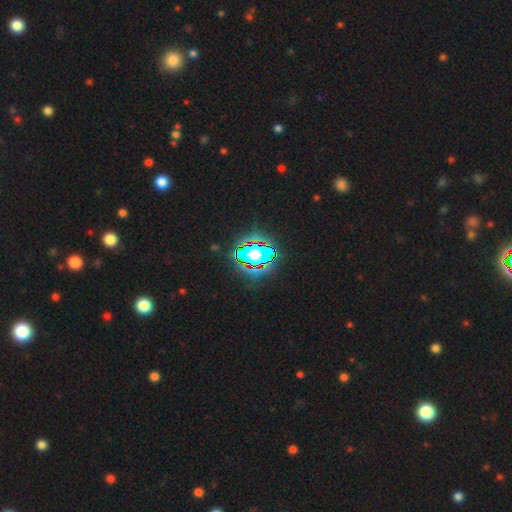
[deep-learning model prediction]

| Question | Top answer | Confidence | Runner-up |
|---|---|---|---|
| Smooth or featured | star or artifact | 81% | smooth (11%) |